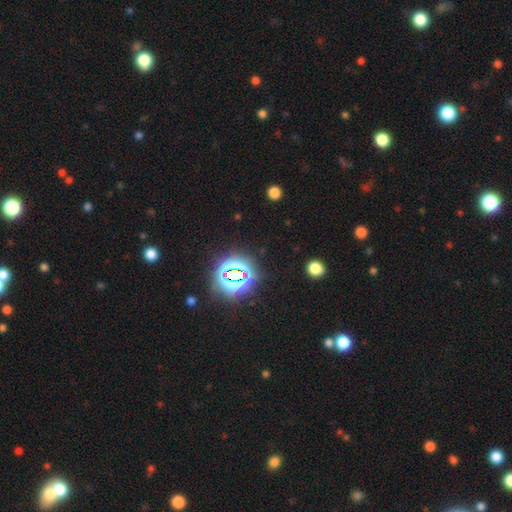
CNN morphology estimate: Smooth or featured? star or artifact (81%)